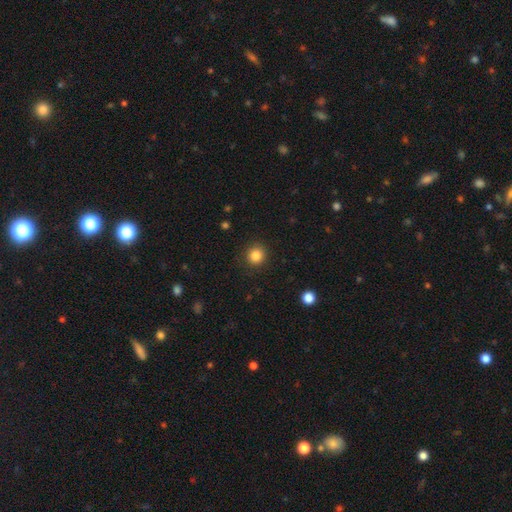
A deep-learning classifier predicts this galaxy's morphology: Smooth or featured?
  - smooth: 84% *
  - star or artifact: 11%
  - featured or disk: 5%
How rounded?
  - round: 90% *
  - in between: 9%
  - cigar-shaped: 1%
Merging?
  - none: 90% *
  - minor disturbance: 6%
  - major disturbance: 2%
  - merger: 1%